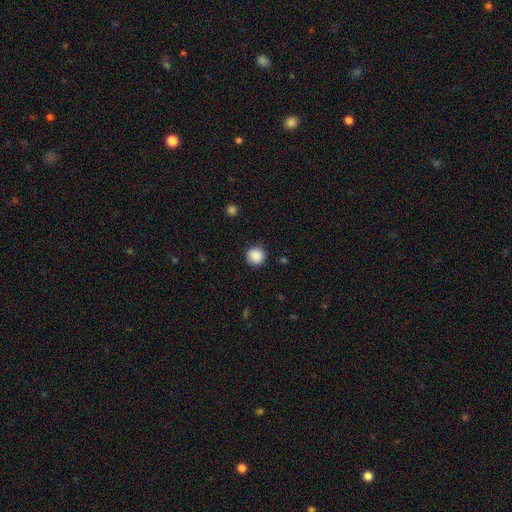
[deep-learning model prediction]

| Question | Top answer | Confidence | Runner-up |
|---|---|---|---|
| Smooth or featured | smooth | 88% | star or artifact (9%) |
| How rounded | round | 94% | in between (5%) |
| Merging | none | 88% | minor disturbance (8%) |